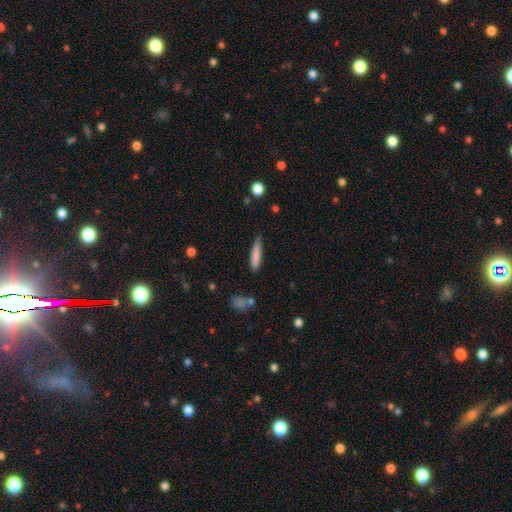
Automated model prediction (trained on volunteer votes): The model was most divided on "merging": none: 76%, minor disturbance: 18%, major disturbance: 3%, merger: 2%. More confident: how rounded — cigar-shaped (89%); smooth or featured — smooth (79%).